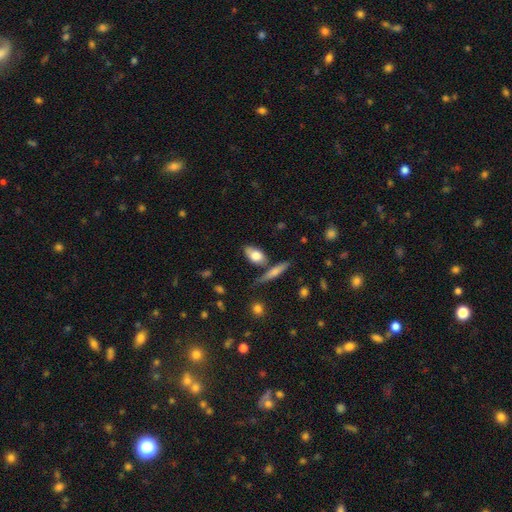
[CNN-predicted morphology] Smooth or featured? Predicted: smooth (p=0.75). How rounded? Predicted: in between (p=0.81). Merging? Predicted: none (p=0.60).